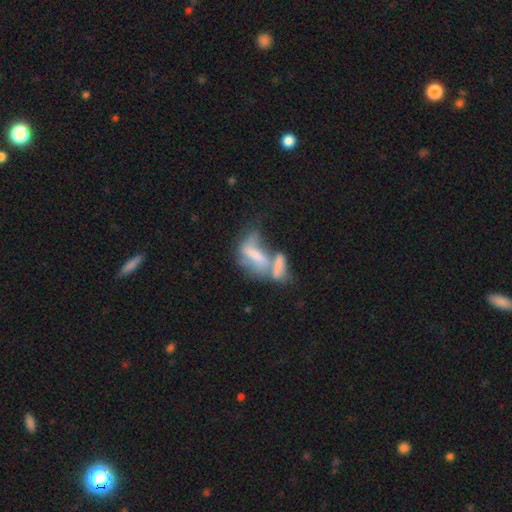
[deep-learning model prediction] Morphology: type=featured or disk (51%); edge-on=no (86%); merging=merger (64%).